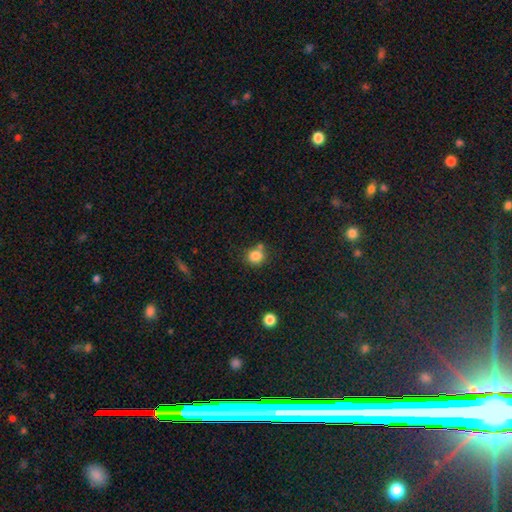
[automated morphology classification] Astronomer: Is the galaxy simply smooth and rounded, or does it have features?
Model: smooth — 83%.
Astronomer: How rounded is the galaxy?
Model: round — 88%.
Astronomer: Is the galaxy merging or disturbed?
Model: none — 68%.